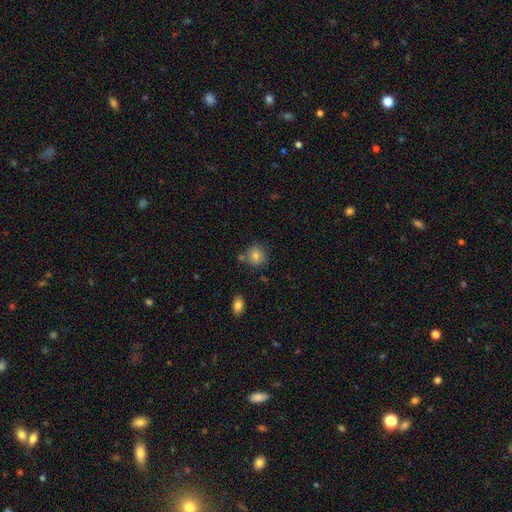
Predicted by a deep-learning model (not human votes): Smooth or featured?
  - smooth: 80% *
  - star or artifact: 10%
  - featured or disk: 9%
How rounded?
  - round: 88% *
  - in between: 11%
  - cigar-shaped: 1%
Merging?
  - none: 75% *
  - minor disturbance: 12%
  - merger: 10%
  - major disturbance: 3%